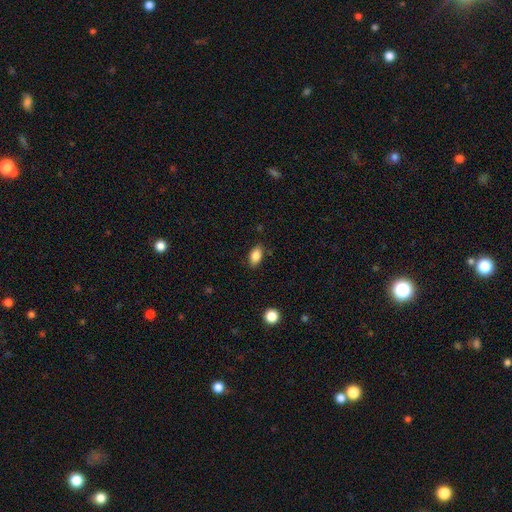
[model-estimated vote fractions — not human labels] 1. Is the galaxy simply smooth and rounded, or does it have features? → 84% smooth, 8% star or artifact, 7% featured or disk.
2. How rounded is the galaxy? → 89% in between, 7% round, 4% cigar-shaped.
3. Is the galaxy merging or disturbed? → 84% none, 12% minor disturbance, 3% major disturbance, 2% merger.